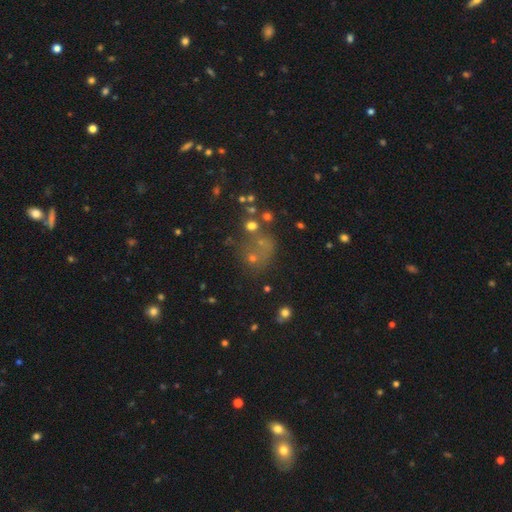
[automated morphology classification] smooth-or-featured: smooth: 43% | star or artifact: 37% | featured or disk: 19%
  merging: none: 45% | merger: 26% | major disturbance: 16% | minor disturbance: 13%